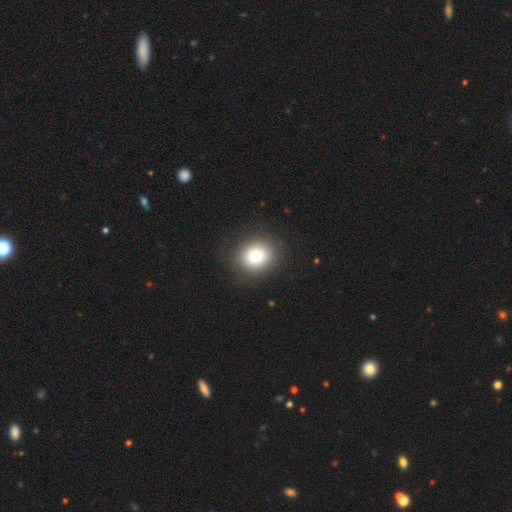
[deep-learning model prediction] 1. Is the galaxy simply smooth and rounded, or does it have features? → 78% smooth, 11% star or artifact, 11% featured or disk.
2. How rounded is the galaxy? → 70% round, 29% in between, 1% cigar-shaped.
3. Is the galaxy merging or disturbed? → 87% none, 8% minor disturbance, 4% major disturbance, 1% merger.